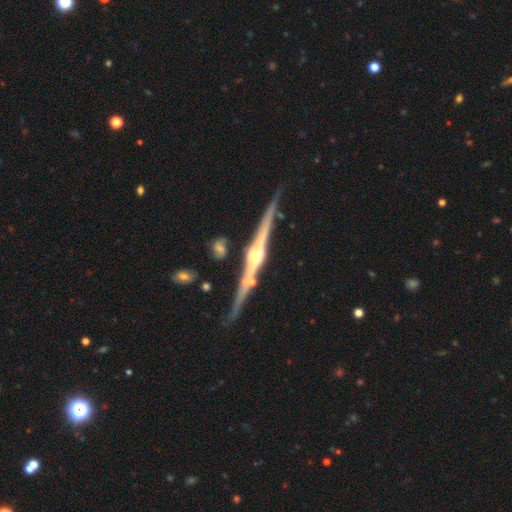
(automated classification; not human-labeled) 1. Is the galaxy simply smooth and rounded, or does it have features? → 88% featured or disk, 7% smooth, 5% star or artifact.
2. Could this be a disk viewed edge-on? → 98% yes, 2% no.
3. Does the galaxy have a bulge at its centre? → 85% rounded, 10% boxy, 5% none.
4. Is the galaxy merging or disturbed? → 82% none, 11% minor disturbance, 5% merger, 2% major disturbance.